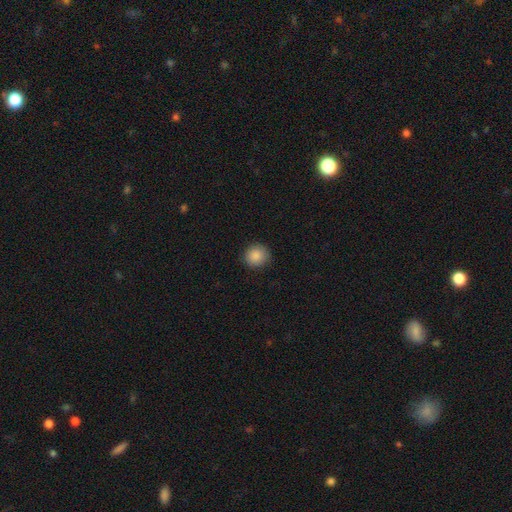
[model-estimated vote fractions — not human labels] Overall: smooth (88%). How rounded: round (91%). Merging: none (89%).